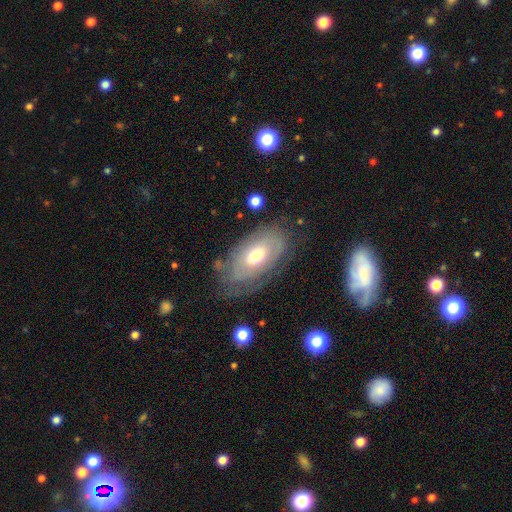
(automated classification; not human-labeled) A featured or disk galaxy (57%) with no bar (73%), spiral arms (59%) and a moderate central bulge (63%).

Vote fractions:
- Smooth or featured? featured or disk: 57% / smooth: 36% / star or artifact: 7%
- Edge-on disk? no: 90% / yes: 10%
- Bar? no: 73% / weak: 22% / strong: 5%
- Spiral arms? yes: 59% / no: 41%
- Bulge size? moderate: 63% / small: 22% / large: 13% / dominant: 1% / none: 1%
- Merging? none: 65% / minor disturbance: 22% / major disturbance: 11% / merger: 2%